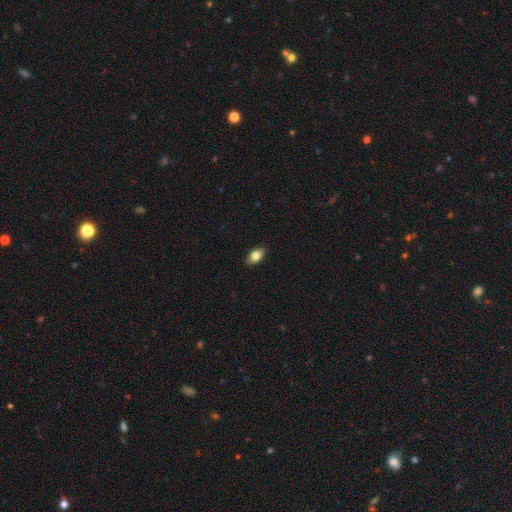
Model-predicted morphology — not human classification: Smooth or featured? Predicted: smooth (p=0.82). How rounded? Predicted: in between (p=0.90). Merging? Predicted: none (p=0.89).